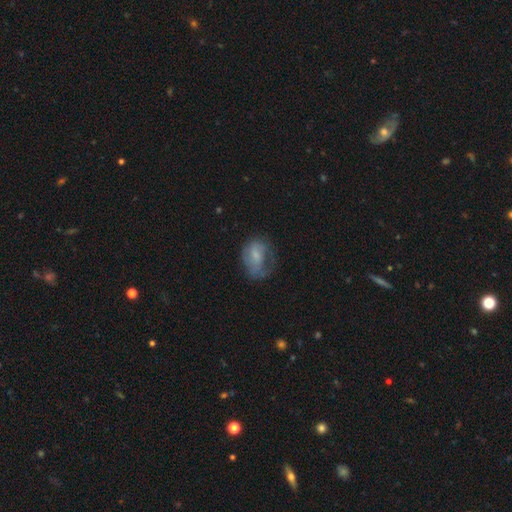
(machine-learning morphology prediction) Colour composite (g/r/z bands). It shows a smooth galaxy with no disk features (52%) that is in between round and cigar-shaped (70%). Merging: none (40%).